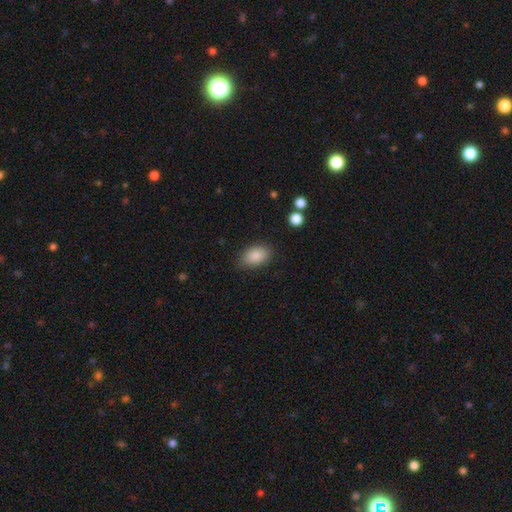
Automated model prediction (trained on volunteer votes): This appears to be a smooth galaxy with no disk features (88%) that is in between round and cigar-shaped (90%). Merging: none (82%).